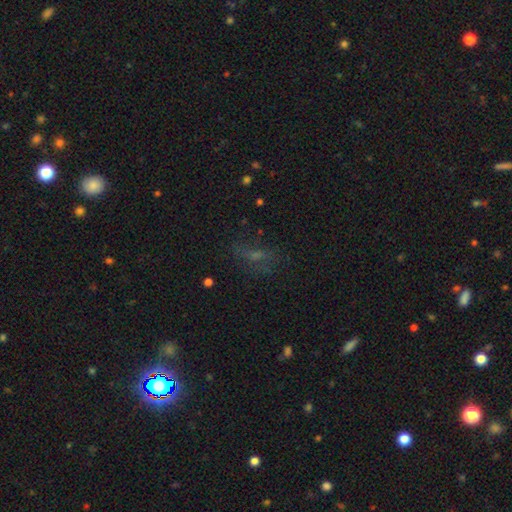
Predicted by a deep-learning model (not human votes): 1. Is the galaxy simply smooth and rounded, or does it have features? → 37% smooth, 35% star or artifact, 28% featured or disk.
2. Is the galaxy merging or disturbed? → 63% none, 18% minor disturbance, 16% major disturbance, 3% merger.